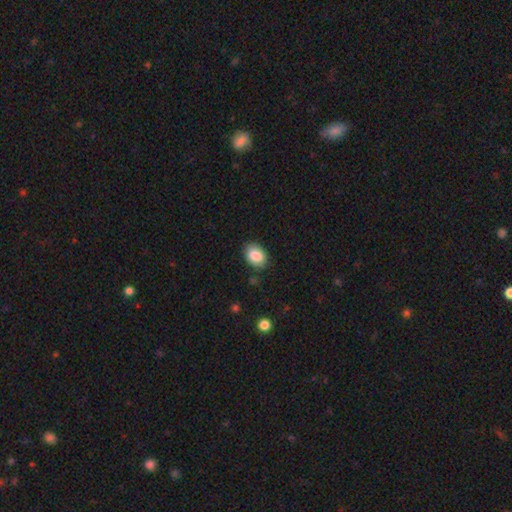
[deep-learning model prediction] smooth_or_featured: smooth (p=0.87) [alt: star or artifact p=0.07]
how_rounded: in between (p=0.83) [alt: round p=0.16]
merging: none (p=0.83) [alt: minor disturbance p=0.13]